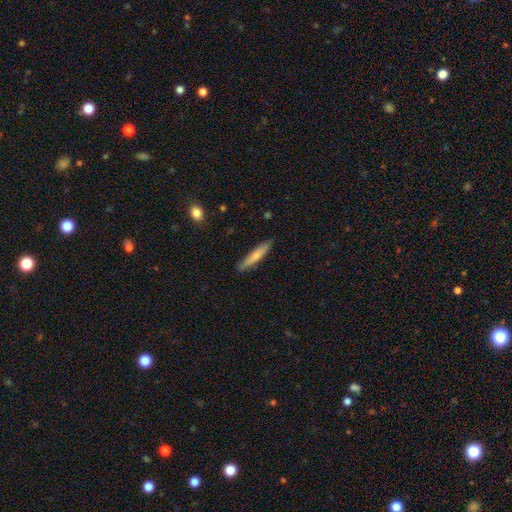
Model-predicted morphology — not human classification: Overall: smooth (69%). How rounded: cigar-shaped (91%). Merging: none (85%).